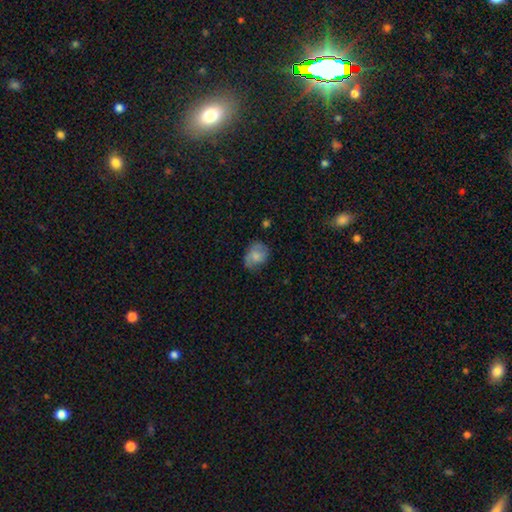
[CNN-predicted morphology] Overall: smooth (69%). How rounded: in between (57%; round 42%). Merging: none (56%; minor disturbance 31%).